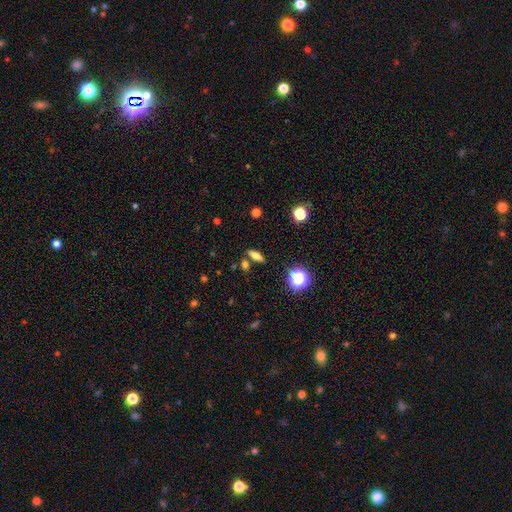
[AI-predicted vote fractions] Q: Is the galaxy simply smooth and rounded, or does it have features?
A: smooth — 64%.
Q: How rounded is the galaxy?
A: in between — 56%.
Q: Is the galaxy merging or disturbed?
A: none — 79%.